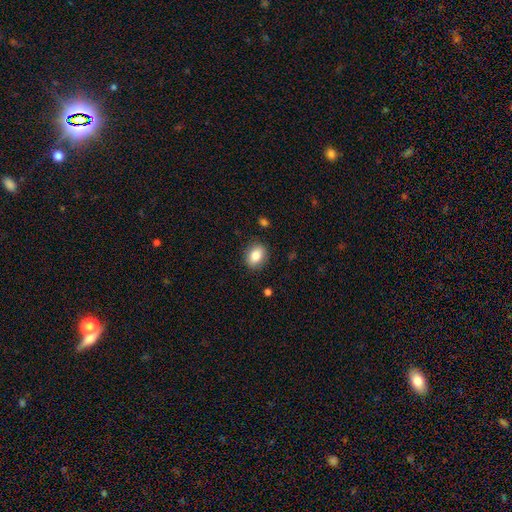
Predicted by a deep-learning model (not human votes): Smooth or featured?
  - smooth: 83% *
  - star or artifact: 8%
  - featured or disk: 8%
How rounded?
  - in between: 66% *
  - round: 33%
  - cigar-shaped: 1%
Merging?
  - none: 87% *
  - minor disturbance: 9%
  - major disturbance: 3%
  - merger: 1%